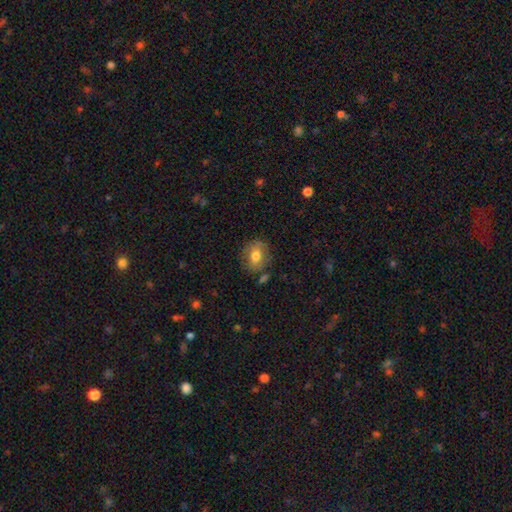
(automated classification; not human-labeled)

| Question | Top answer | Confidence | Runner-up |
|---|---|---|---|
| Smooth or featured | smooth | 71% | featured or disk (21%) |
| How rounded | round | 51% | in between (48%) |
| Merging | none | 76% | minor disturbance (15%) |